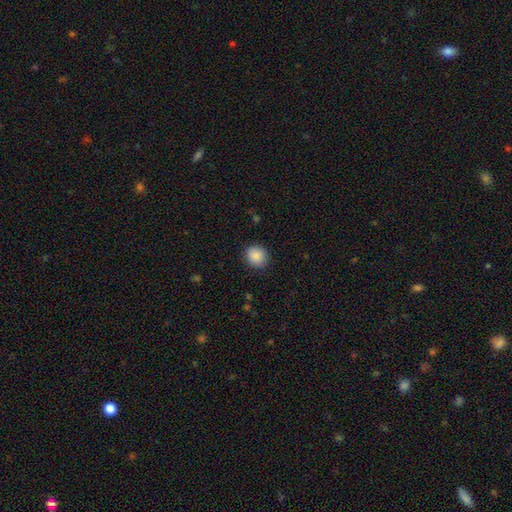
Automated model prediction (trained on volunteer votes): smooth 89%, star or artifact 8%, featured or disk 3%. Down the decision tree: how rounded — round (83%); merging — none (88%).